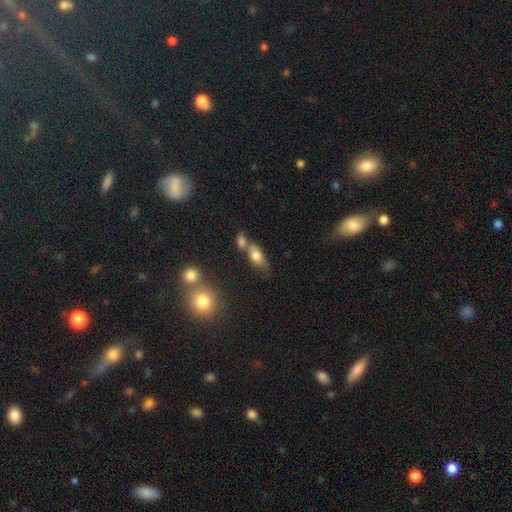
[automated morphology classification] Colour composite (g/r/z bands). It shows a smooth galaxy with no disk features (72%) that is in between round and cigar-shaped (78%). Merging: none (43%).